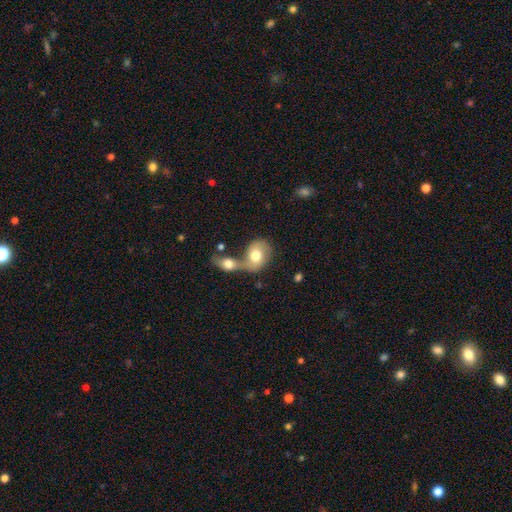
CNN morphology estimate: smooth_or_featured: smooth (p=0.66) [alt: featured or disk p=0.28]
how_rounded: in between (p=0.54) [alt: round p=0.44]
merging: merger (p=0.70) [alt: none p=0.17]